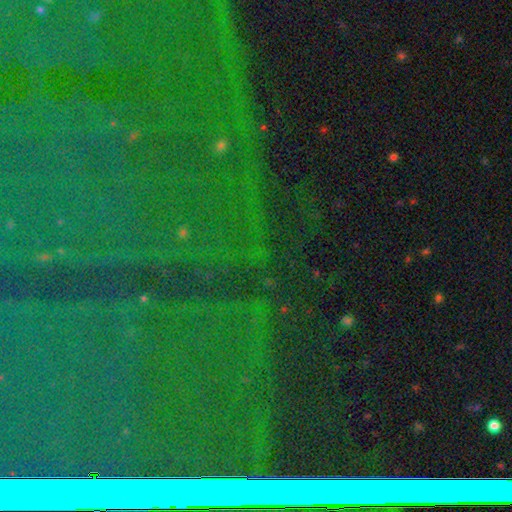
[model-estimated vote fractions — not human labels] Smooth or featured?
  - star or artifact: 84% *
  - smooth: 8%
  - featured or disk: 8%